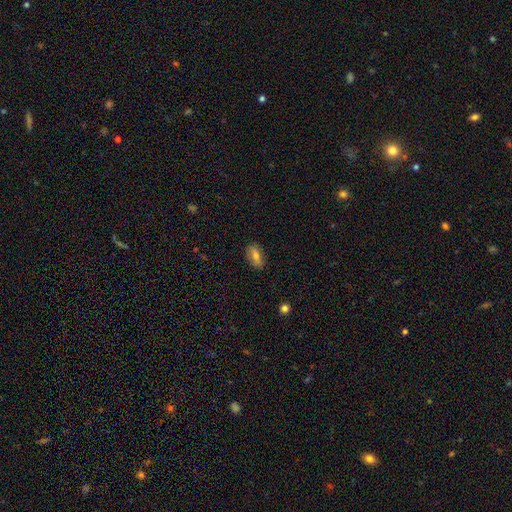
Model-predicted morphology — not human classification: This is likely a smooth galaxy (69%). How rounded: clearly in between (84%). Merging: clearly none (85%).